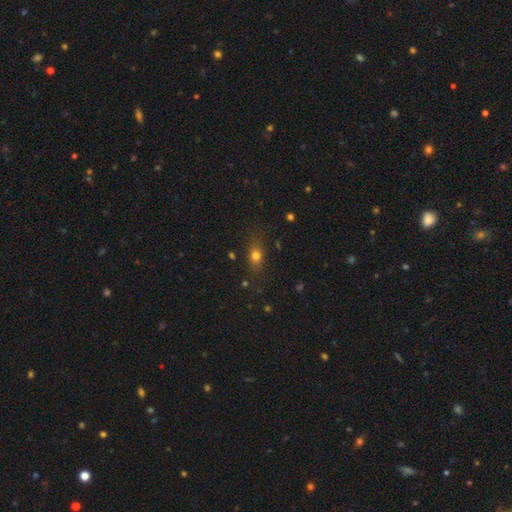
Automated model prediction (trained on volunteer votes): Overall: smooth (74%). How rounded: in between (66%). Merging: none (77%).